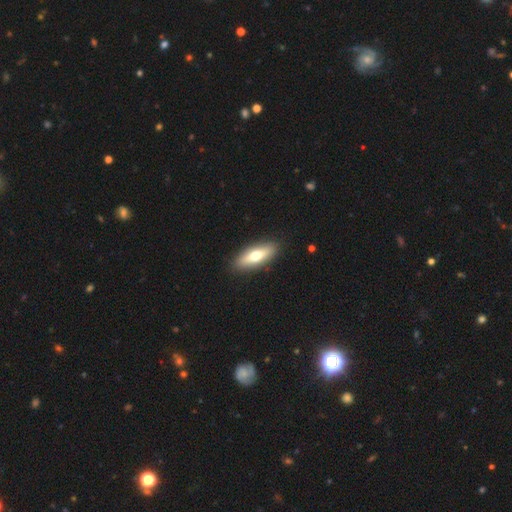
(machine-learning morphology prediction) This appears to be a smooth galaxy with no disk features (59%) that is in between round and cigar-shaped (59%). Merging: none (89%).